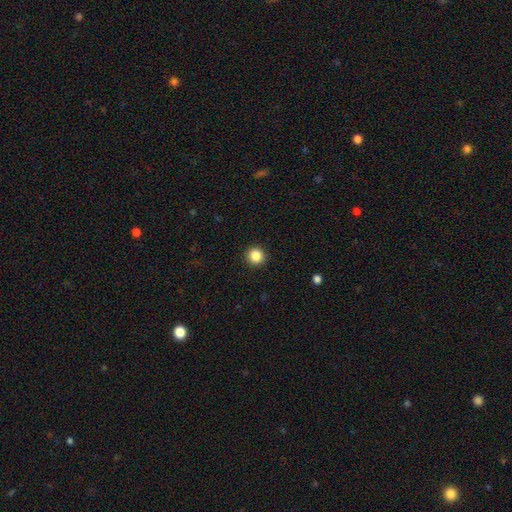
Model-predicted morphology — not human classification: smooth 86%, star or artifact 10%, featured or disk 4%. Down the decision tree: how rounded — round (94%); merging — none (93%).